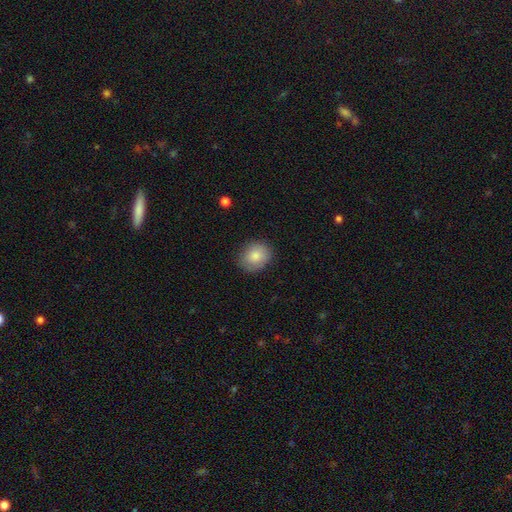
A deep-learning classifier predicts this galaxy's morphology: Q: Smooth or featured?
A: smooth (84%); runner-up: featured or disk (9%)
Q: How rounded?
A: round (62%); runner-up: in between (37%)
Q: Merging?
A: none (84%); runner-up: minor disturbance (12%)